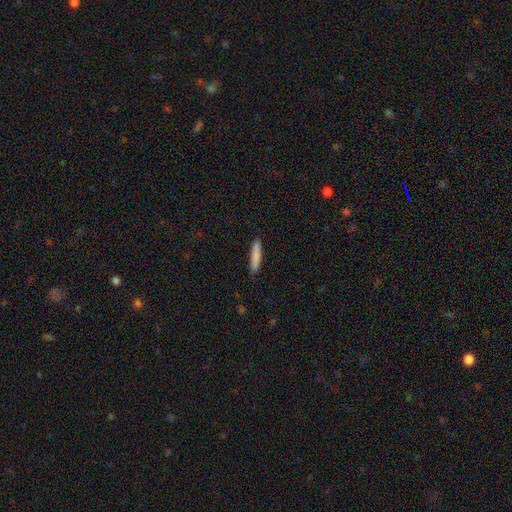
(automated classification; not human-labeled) Smooth or featured? Predicted: smooth (p=0.85). How rounded? Predicted: cigar-shaped (p=0.90). Merging? Predicted: none (p=0.90).